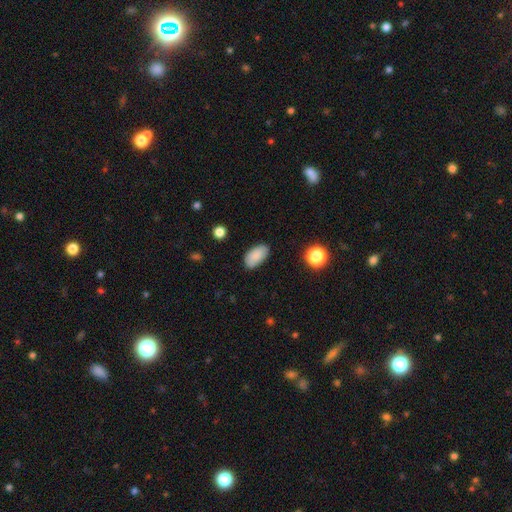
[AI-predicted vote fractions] smooth 87%, star or artifact 7%, featured or disk 6%. Down the decision tree: how rounded — in between (94%); merging — none (83%).